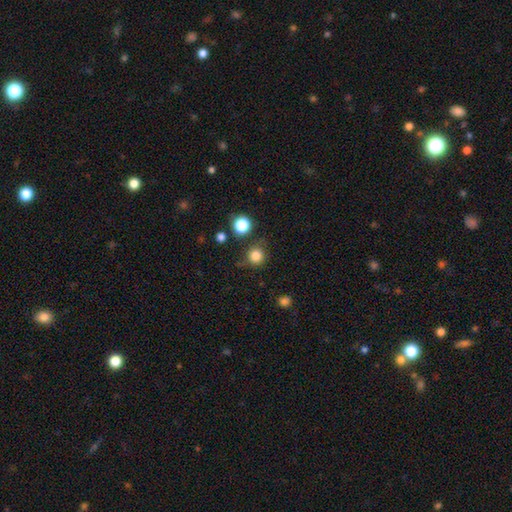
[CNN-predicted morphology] The model was most divided on "merging": none: 78%, minor disturbance: 13%, merger: 5%, major disturbance: 4%. More confident: how rounded — round (92%); smooth or featured — smooth (83%).